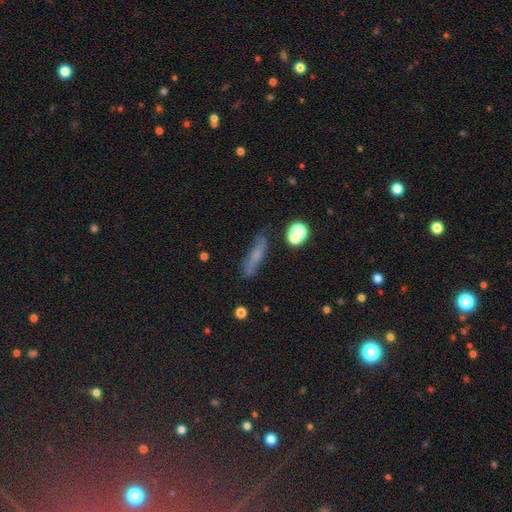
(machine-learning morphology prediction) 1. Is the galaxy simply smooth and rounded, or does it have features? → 54% smooth, 28% featured or disk, 17% star or artifact.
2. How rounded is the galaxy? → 71% cigar-shaped, 22% in between, 7% round.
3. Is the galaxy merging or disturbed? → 68% none, 20% minor disturbance, 7% major disturbance, 5% merger.